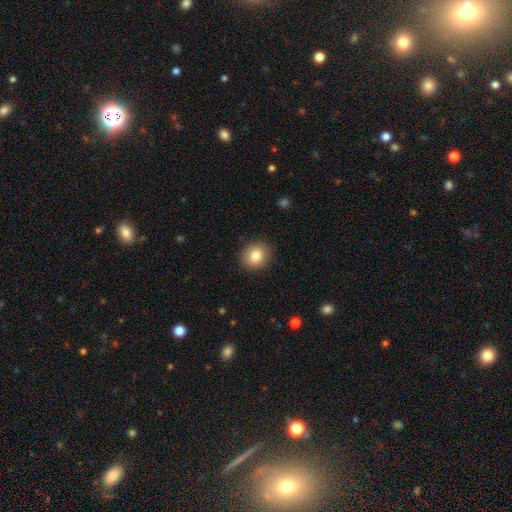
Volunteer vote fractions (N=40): A smooth galaxy with no disk features (80%) that is round (62%). Merging: none (86%).